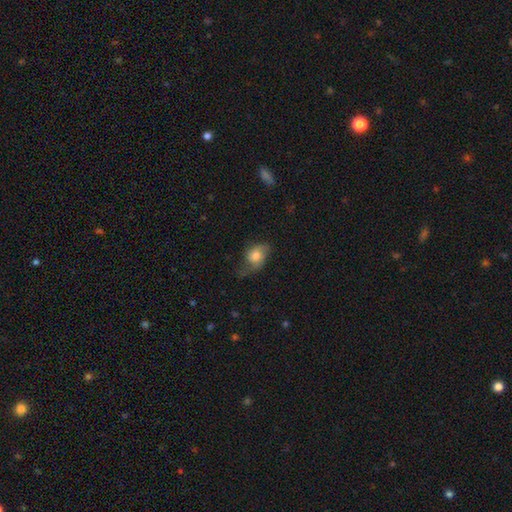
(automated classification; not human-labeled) A smooth galaxy with no disk features (63%) that is in between round and cigar-shaped (65%). Merging: none (39%).